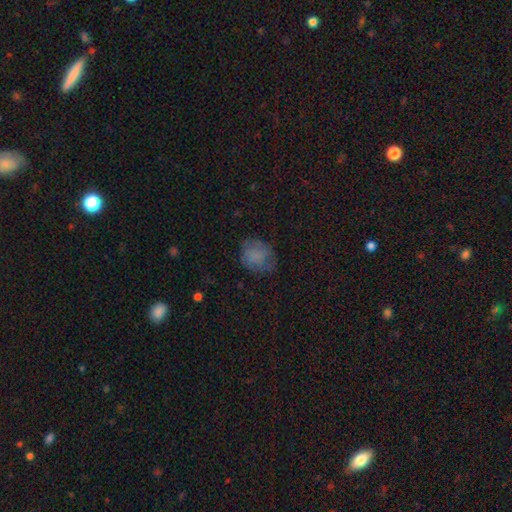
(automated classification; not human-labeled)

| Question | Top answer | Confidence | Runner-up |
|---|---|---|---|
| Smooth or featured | smooth | 72% | featured or disk (17%) |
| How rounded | round | 65% | in between (34%) |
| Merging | none | 63% | minor disturbance (24%) |